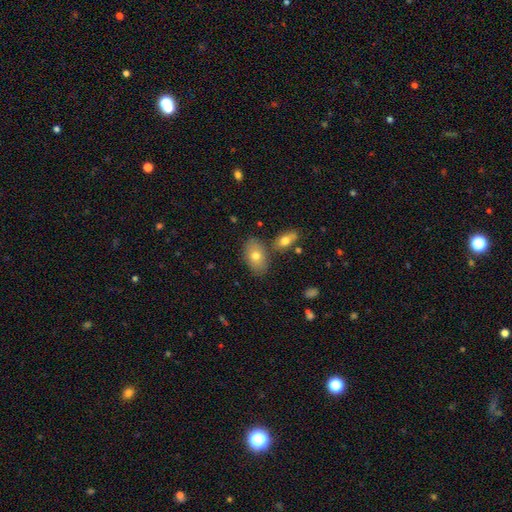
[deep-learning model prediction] A smooth galaxy with no disk features (73%) that is in between round and cigar-shaped (89%). Merging: none (73%).